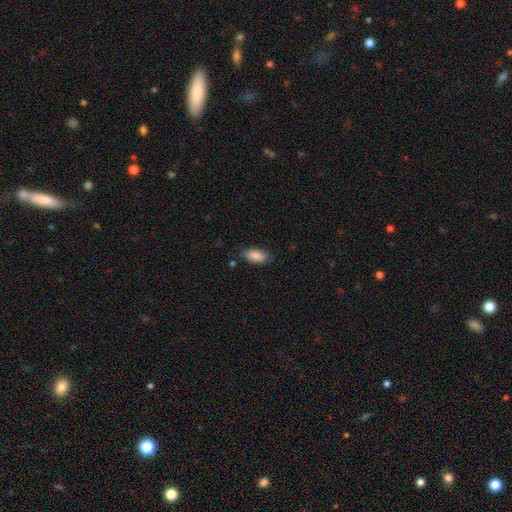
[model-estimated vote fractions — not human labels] Overall: smooth (88%). How rounded: in between (88%). Merging: none (81%).